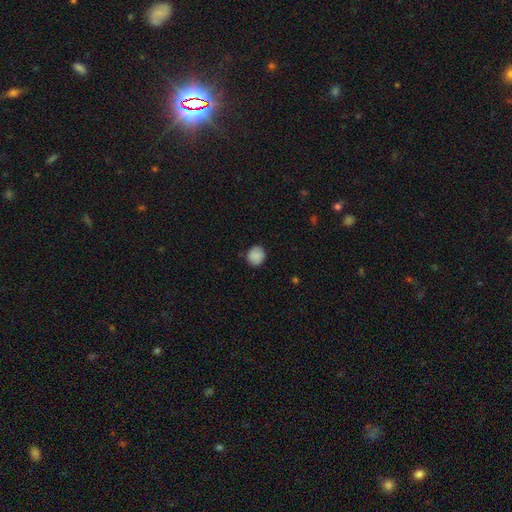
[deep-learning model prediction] Smooth or featured: smooth — 88% (star or artifact — 8%)
How rounded: round — 85% (in between — 14%)
Merging: none — 85% (minor disturbance — 11%)